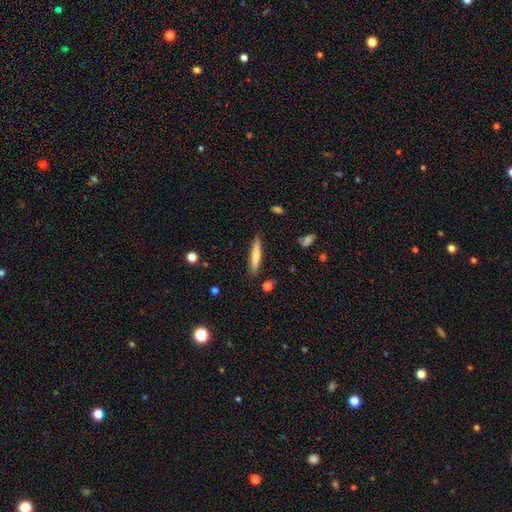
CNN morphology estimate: smooth_or_featured: smooth (p=0.56) [alt: featured or disk p=0.38]
how_rounded: cigar-shaped (p=0.90) [alt: in between p=0.09]
merging: none (p=0.89) [alt: minor disturbance p=0.08]